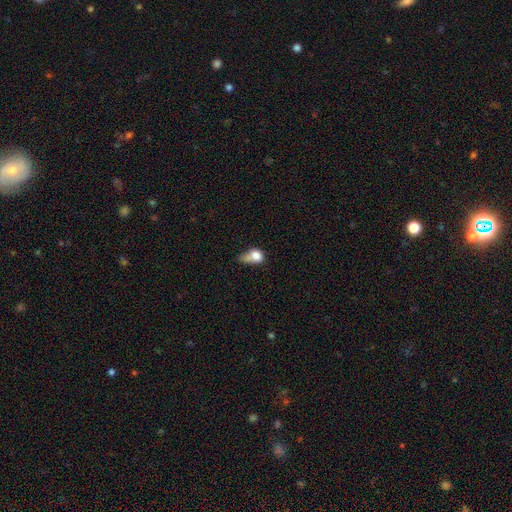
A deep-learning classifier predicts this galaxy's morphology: The model was most divided on "merging": major disturbance: 34%, minor disturbance: 31%, merger: 18%, none: 17%. More confident: smooth or featured — smooth (74%); how rounded — in between (65%).